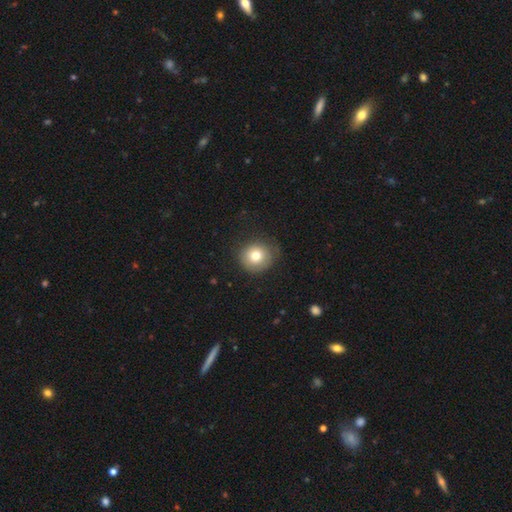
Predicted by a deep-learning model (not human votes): smooth 77%, featured or disk 13%, star or artifact 10%. Down the decision tree: how rounded — round (88%); merging — none (74%).